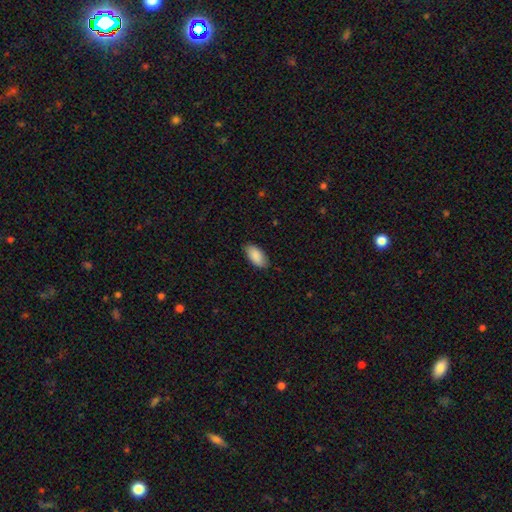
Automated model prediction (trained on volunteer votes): Overall: smooth (88%). How rounded: in between (93%). Merging: none (82%).